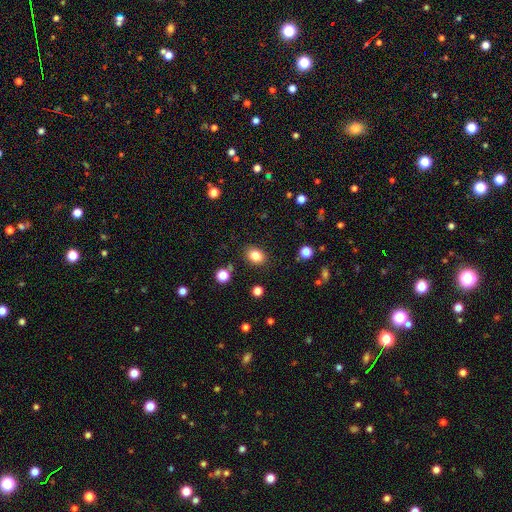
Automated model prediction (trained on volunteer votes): smooth 83%, star or artifact 11%, featured or disk 6%. Down the decision tree: how rounded — in between (66%); merging — none (86%).